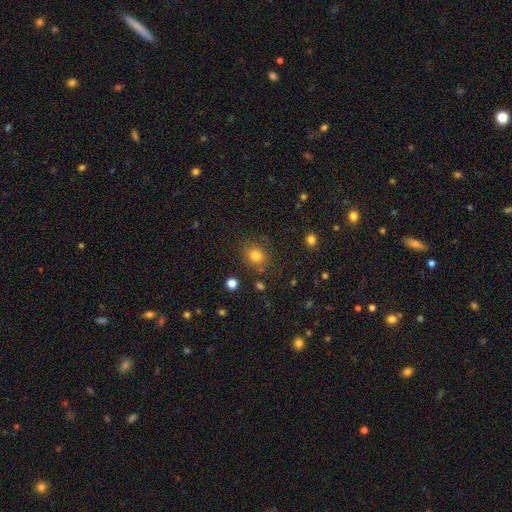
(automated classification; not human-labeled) Overall: smooth (80%). How rounded: round (67%; in between 32%). Merging: none (80%).